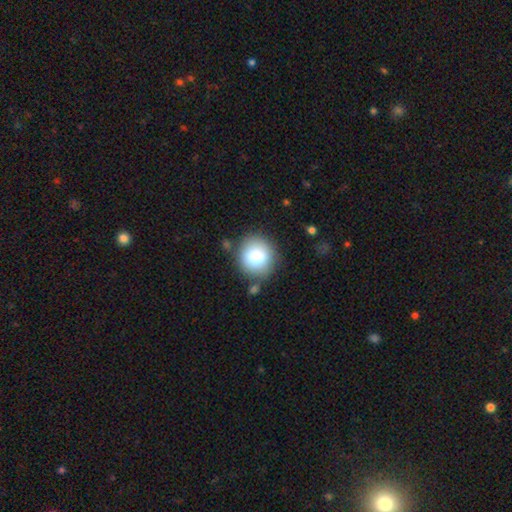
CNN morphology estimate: smooth_or_featured: smooth (p=0.79) [alt: featured or disk p=0.12]
how_rounded: round (p=0.87) [alt: in between p=0.12]
merging: none (p=0.81) [alt: minor disturbance p=0.11]